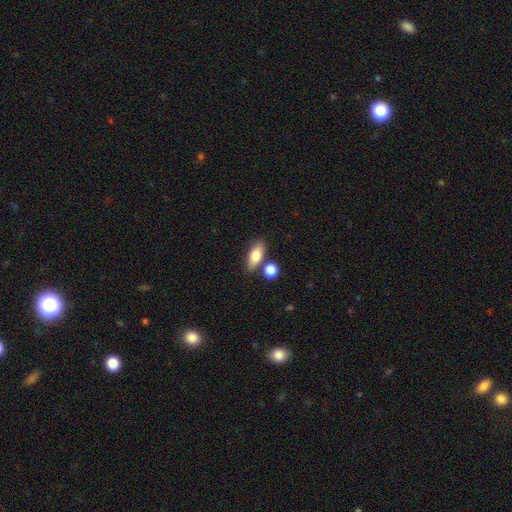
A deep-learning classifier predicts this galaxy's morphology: This appears to be a smooth galaxy with no disk features (77%) that is in between round and cigar-shaped (78%). Merging: none (66%).